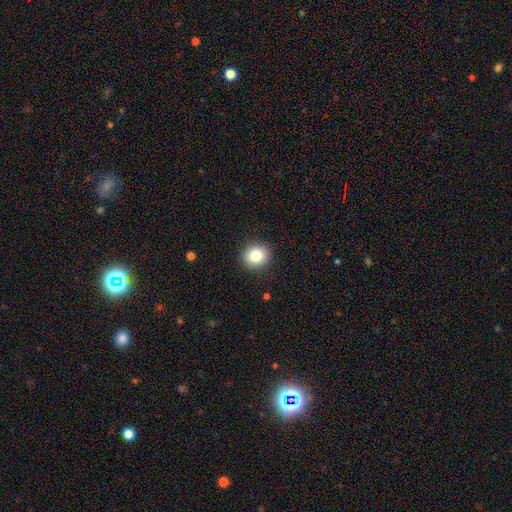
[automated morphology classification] Q: Smooth or featured?
A: smooth (82%); runner-up: star or artifact (10%)
Q: How rounded?
A: round (83%); runner-up: in between (16%)
Q: Merging?
A: none (91%); runner-up: minor disturbance (6%)